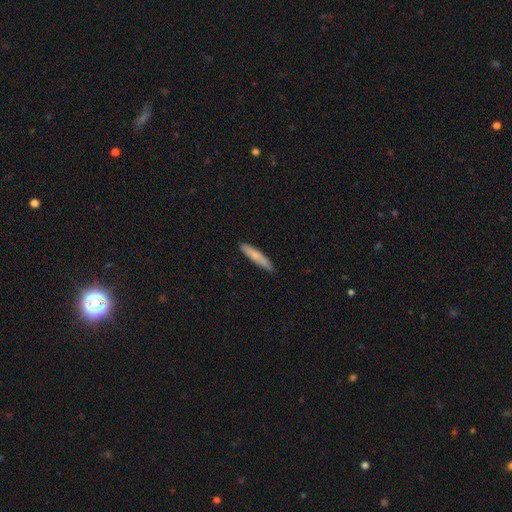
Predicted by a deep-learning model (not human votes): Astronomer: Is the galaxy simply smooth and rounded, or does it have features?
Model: smooth — 76%.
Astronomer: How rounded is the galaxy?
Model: cigar-shaped — 90%.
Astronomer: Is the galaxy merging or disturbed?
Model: none — 88%.